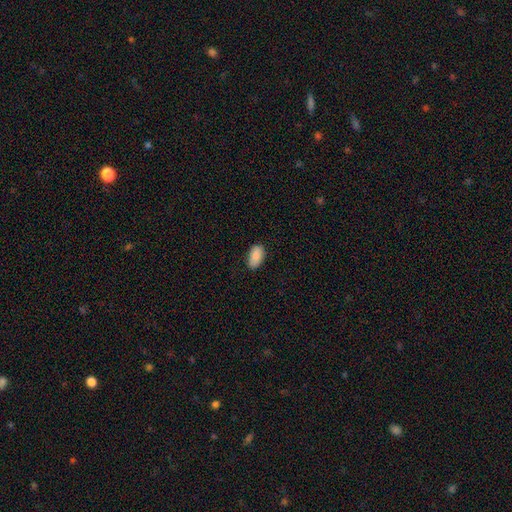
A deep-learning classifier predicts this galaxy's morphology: smooth 89%, star or artifact 7%, featured or disk 5%. Down the decision tree: how rounded — in between (94%); merging — none (82%).